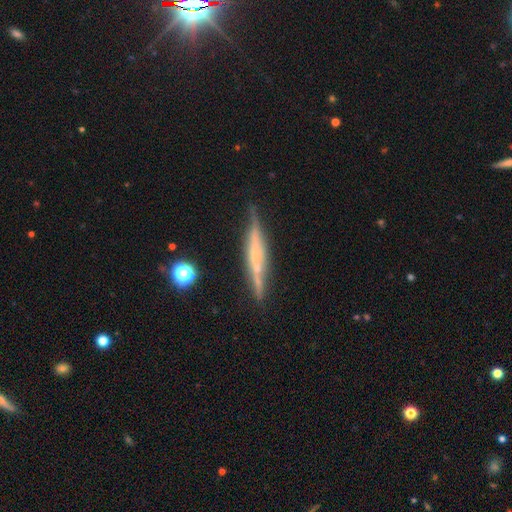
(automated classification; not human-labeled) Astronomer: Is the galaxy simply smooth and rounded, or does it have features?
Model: featured or disk — 63%.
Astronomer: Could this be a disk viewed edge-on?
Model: yes — 94%.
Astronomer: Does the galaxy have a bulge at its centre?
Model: none — 56%.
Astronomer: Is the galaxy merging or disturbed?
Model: none — 74%.